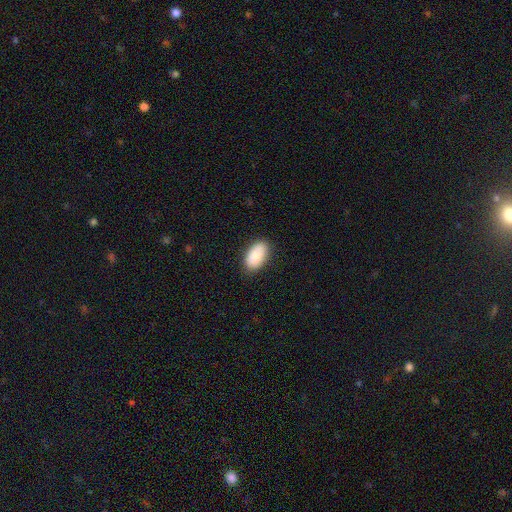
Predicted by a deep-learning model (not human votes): A smooth galaxy with no disk features (85%) that is in between round and cigar-shaped (95%).

Vote fractions:
- Smooth or featured? smooth: 85% / featured or disk: 8% / star or artifact: 6%
- How rounded? in between: 95% / round: 4% / cigar-shaped: 2%
- Merging? none: 85% / minor disturbance: 11% / major disturbance: 2% / merger: 1%